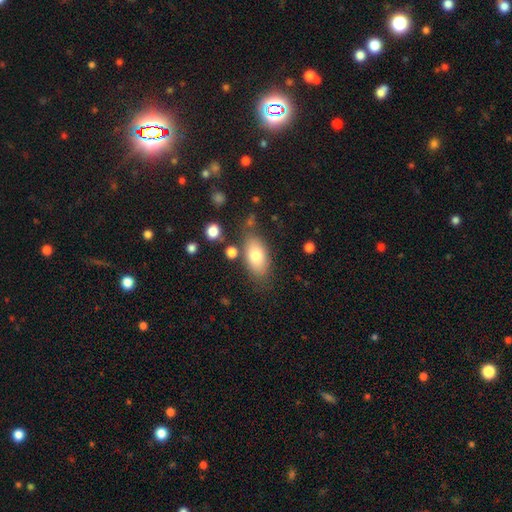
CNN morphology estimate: smooth 76%, featured or disk 16%, star or artifact 8%. Down the decision tree: how rounded — in between (90%); merging — none (73%).